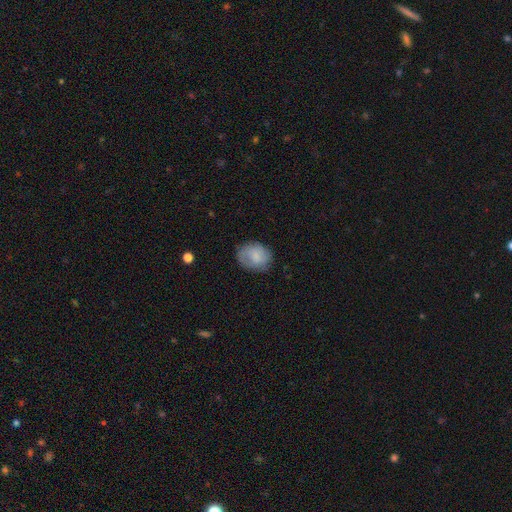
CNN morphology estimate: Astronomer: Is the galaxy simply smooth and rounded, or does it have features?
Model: smooth — 73%.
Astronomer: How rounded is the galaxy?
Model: in between — 51% (runner-up: round, 48%).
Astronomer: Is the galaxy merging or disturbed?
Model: none — 71%.